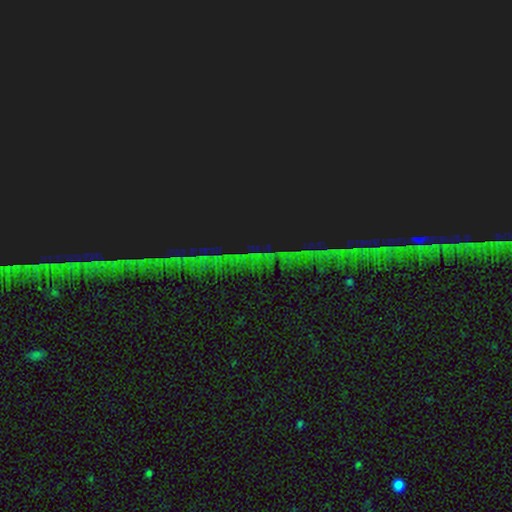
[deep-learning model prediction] The model was most divided on "smooth or featured": star or artifact: 87%, featured or disk: 7%, smooth: 7%.